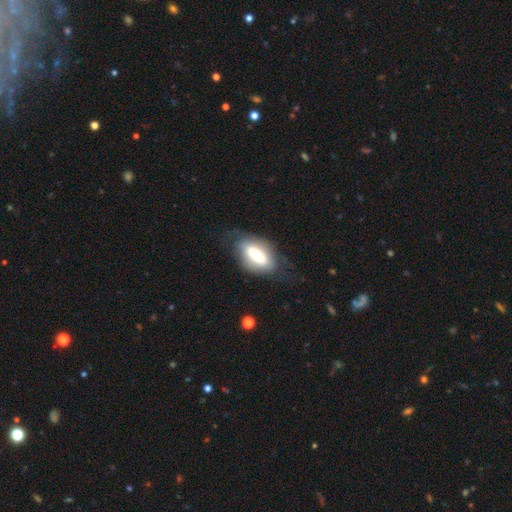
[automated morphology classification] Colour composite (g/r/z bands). It shows a smooth galaxy with no disk features (64%) that is in between round and cigar-shaped (89%). Merging: none (66%).